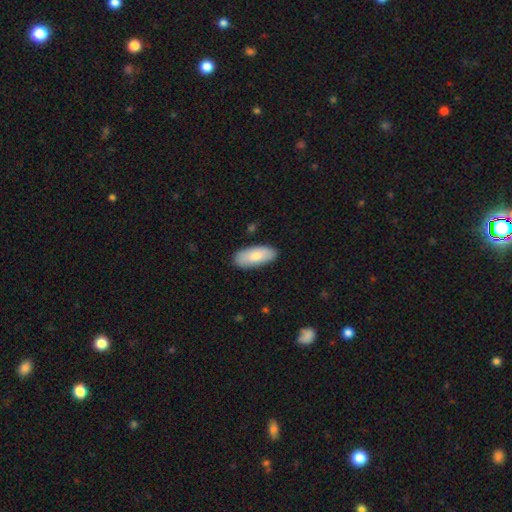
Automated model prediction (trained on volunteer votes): The model was most divided on "smooth or featured": smooth: 81%, featured or disk: 13%, star or artifact: 5%. More confident: how rounded — in between (88%); merging — none (86%).